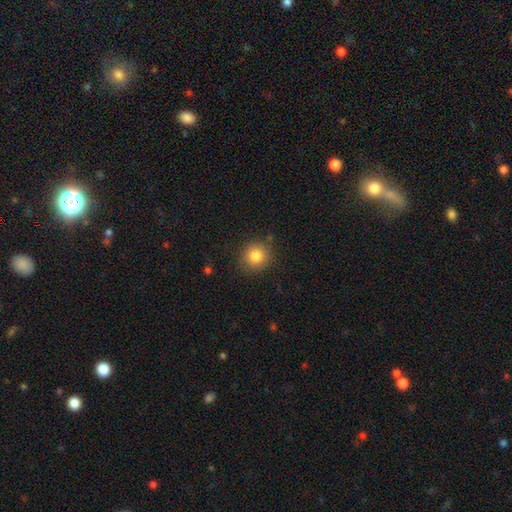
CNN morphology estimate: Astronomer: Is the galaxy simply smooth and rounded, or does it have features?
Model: smooth — 83%.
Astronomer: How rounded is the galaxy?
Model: round — 88%.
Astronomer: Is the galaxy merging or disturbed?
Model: none — 86%.